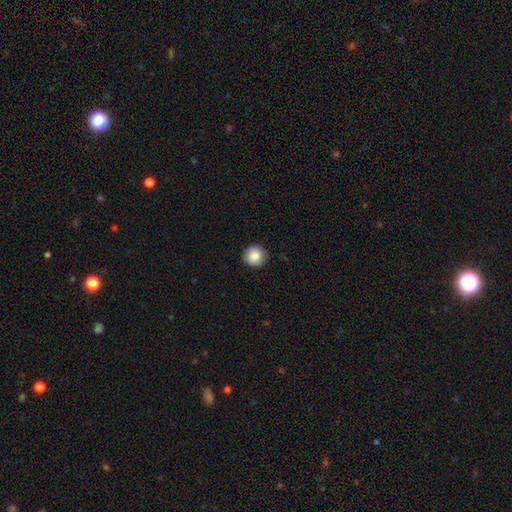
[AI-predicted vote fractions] Smooth or featured? smooth (86%)
How rounded? round (94%)
Merging? none (90%)